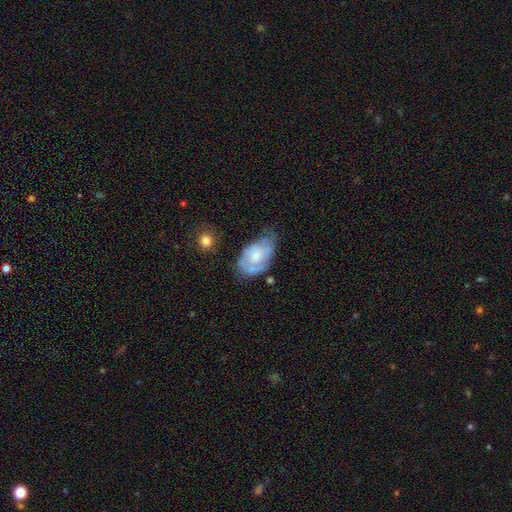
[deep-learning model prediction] This is possibly a featured or disk galaxy (55%). It is clearly not viewed edge-on (94%). Bar: likely no (76%). Spiral arm pattern: likely yes (66%). Central bulge: possibly moderate (49%). Merging: marginally none (41%).